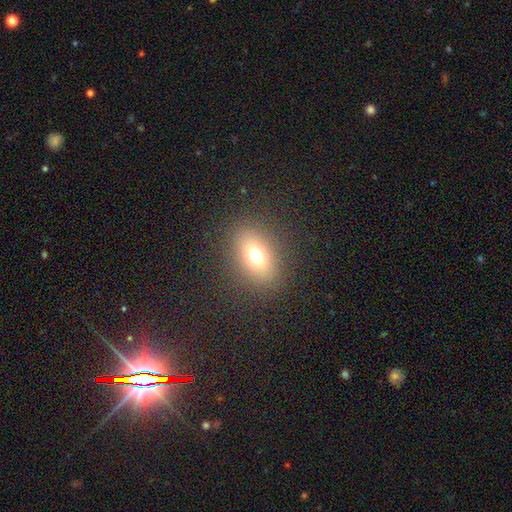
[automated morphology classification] Smooth or featured: smooth — 68% (star or artifact — 18%)
How rounded: in between — 60% (round — 38%)
Merging: none — 86% (minor disturbance — 8%)